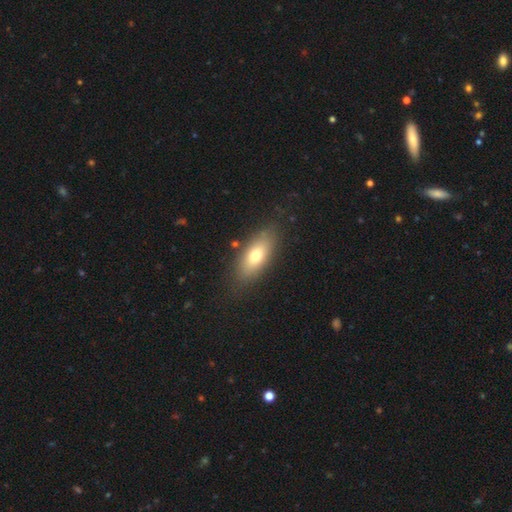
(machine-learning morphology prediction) This is likely a smooth galaxy (71%). How rounded: likely in between (80%). Merging: clearly none (82%).